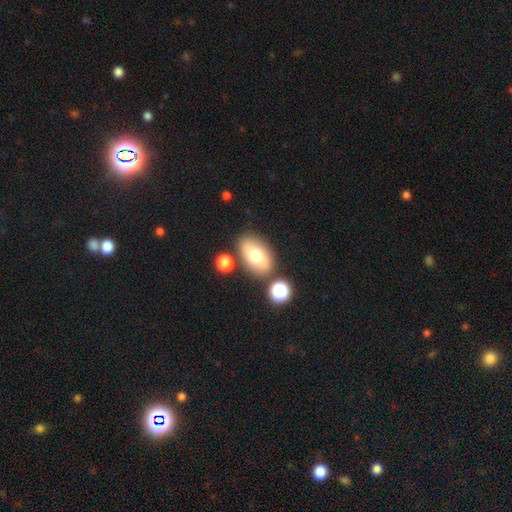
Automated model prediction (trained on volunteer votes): A smooth galaxy with no disk features (68%) that is in between round and cigar-shaped (88%). Merging: none (76%).